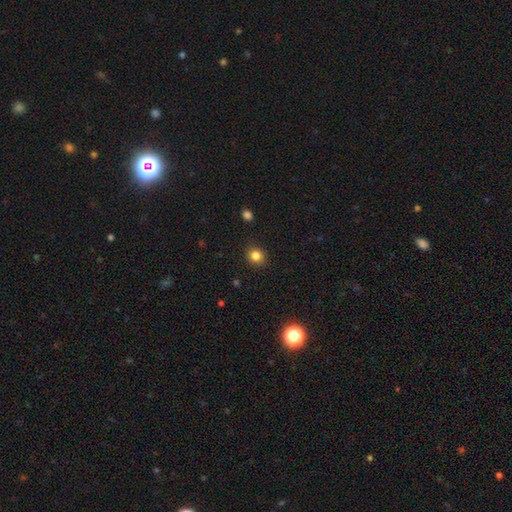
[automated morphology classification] Smooth or featured: smooth — 83% (star or artifact — 12%)
How rounded: round — 82% (in between — 18%)
Merging: none — 88% (minor disturbance — 8%)